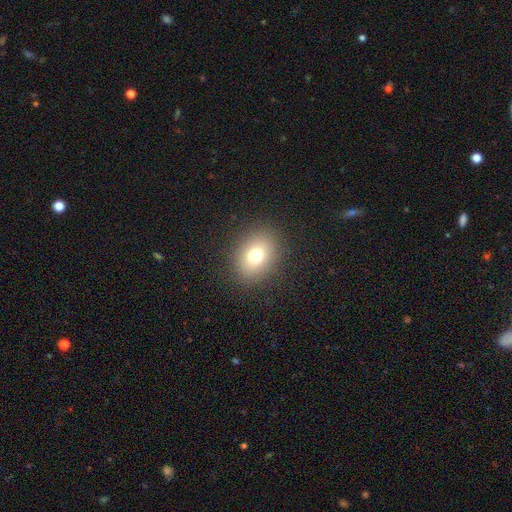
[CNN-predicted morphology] Overall: smooth (74%). How rounded: round (50%; in between 49%). Merging: none (88%).